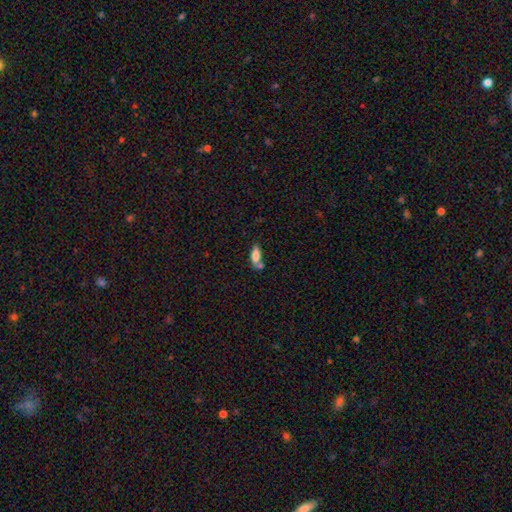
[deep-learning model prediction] Smooth or featured? Predicted: smooth (p=0.80). How rounded? Predicted: in between (p=0.79). Merging? Predicted: none (p=0.47).